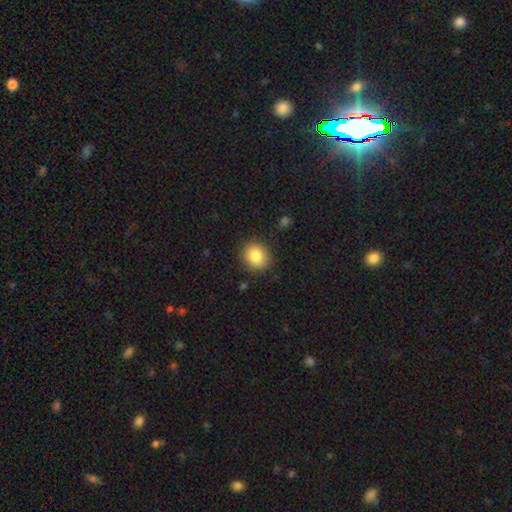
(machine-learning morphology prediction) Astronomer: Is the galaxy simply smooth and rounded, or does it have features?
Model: smooth — 85%.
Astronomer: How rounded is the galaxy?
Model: round — 78%.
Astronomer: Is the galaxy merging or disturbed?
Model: none — 87%.